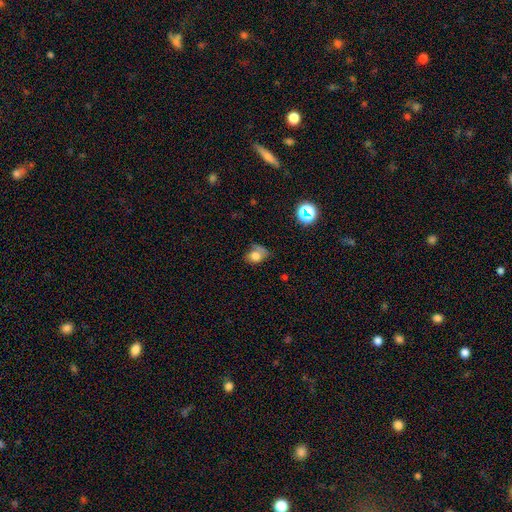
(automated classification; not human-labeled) The model was most divided on "merging": none: 39%, minor disturbance: 35%, major disturbance: 21%, merger: 5%. More confident: smooth or featured — smooth (72%); how rounded — in between (58%).